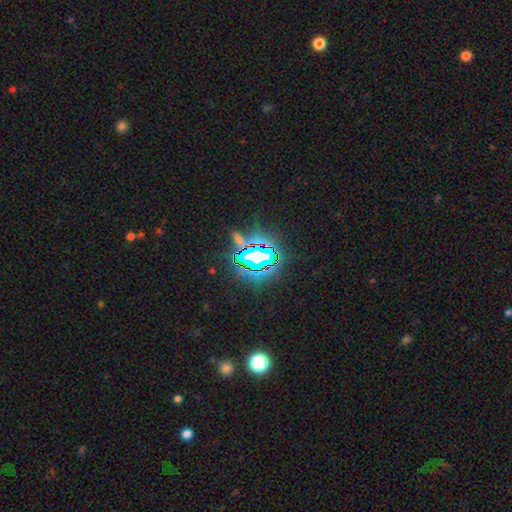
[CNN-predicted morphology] Smooth or featured? Predicted: star or artifact (p=0.74).